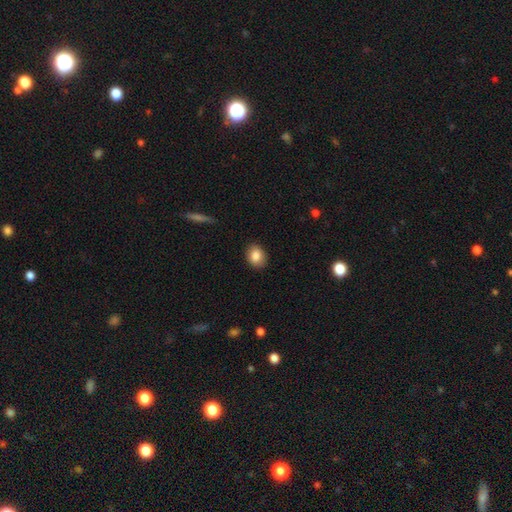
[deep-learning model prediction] Smooth or featured?
  - smooth: 84% *
  - star or artifact: 9%
  - featured or disk: 7%
How rounded?
  - in between: 51% *
  - round: 48%
  - cigar-shaped: 1%
Merging?
  - none: 88% *
  - minor disturbance: 9%
  - major disturbance: 2%
  - merger: 1%